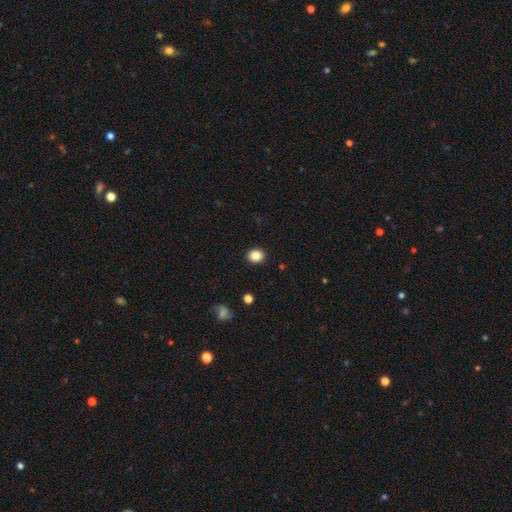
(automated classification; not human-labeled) Smooth or featured? smooth (86%)
How rounded? round (67%)
Merging? none (91%)